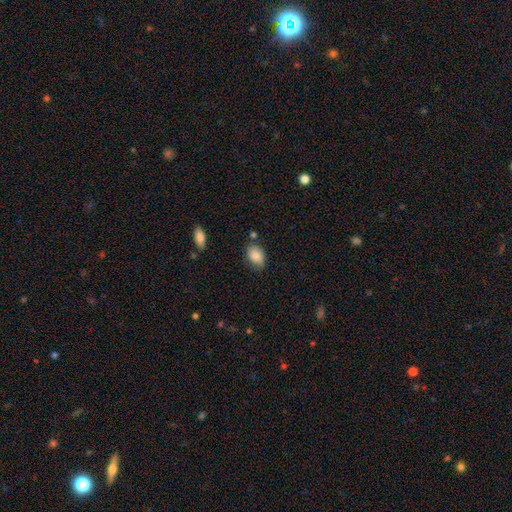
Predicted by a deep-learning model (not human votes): smooth_or_featured: smooth (p=0.84) [alt: featured or disk p=0.09]
how_rounded: in between (p=0.82) [alt: round p=0.16]
merging: none (p=0.68) [alt: minor disturbance p=0.23]